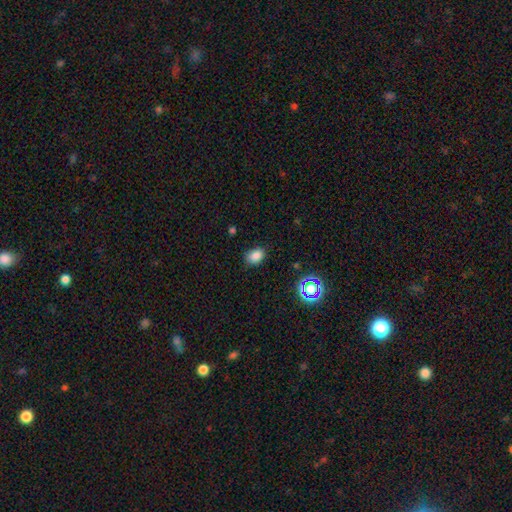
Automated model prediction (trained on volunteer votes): This is clearly a smooth galaxy (81%). How rounded: likely in between (77%). Merging: clearly none (81%).